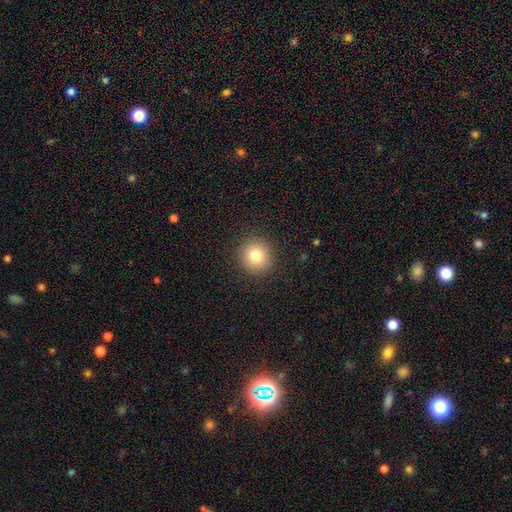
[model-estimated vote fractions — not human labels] smooth_or_featured: smooth (p=0.80) [alt: star or artifact p=0.11]
how_rounded: round (p=0.91) [alt: in between p=0.08]
merging: none (p=0.91) [alt: minor disturbance p=0.06]